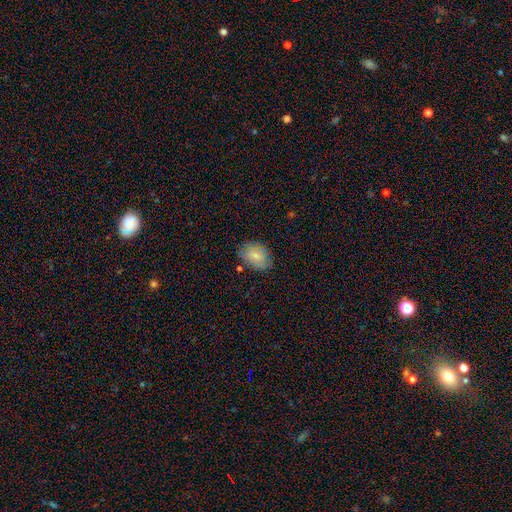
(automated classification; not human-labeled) A smooth galaxy with no disk features (72%) that is in between round and cigar-shaped (79%).

Vote fractions:
- Smooth or featured? smooth: 72% / featured or disk: 20% / star or artifact: 8%
- How rounded? in between: 79% / round: 19% / cigar-shaped: 1%
- Merging? none: 76% / minor disturbance: 18% / major disturbance: 4% / merger: 2%